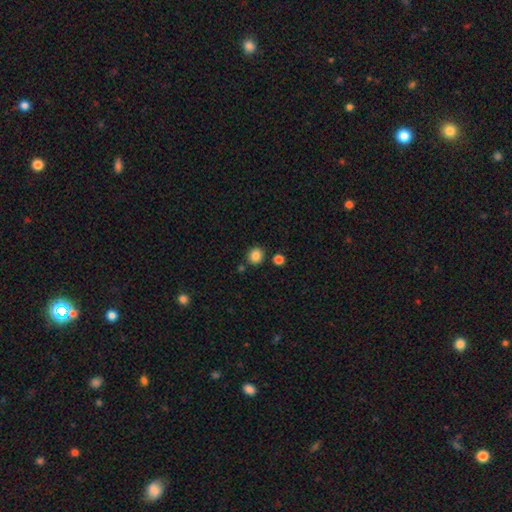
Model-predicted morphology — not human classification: smooth 85%, star or artifact 11%, featured or disk 4%. Down the decision tree: how rounded — round (88%); merging — none (85%).